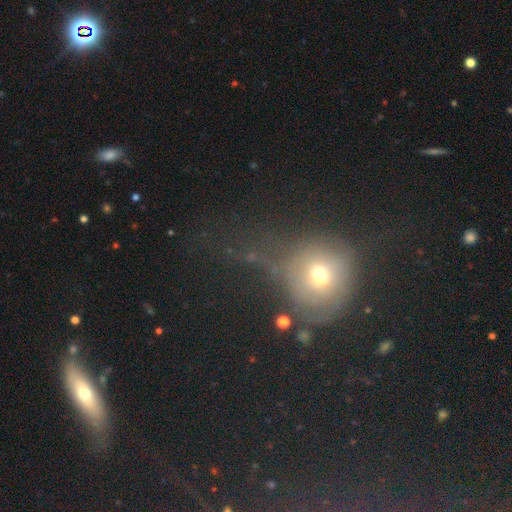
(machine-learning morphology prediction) smooth-or-featured: smooth: 50% | star or artifact: 34% | featured or disk: 17%
  merging: none: 46% | major disturbance: 29% | minor disturbance: 18% | merger: 7%